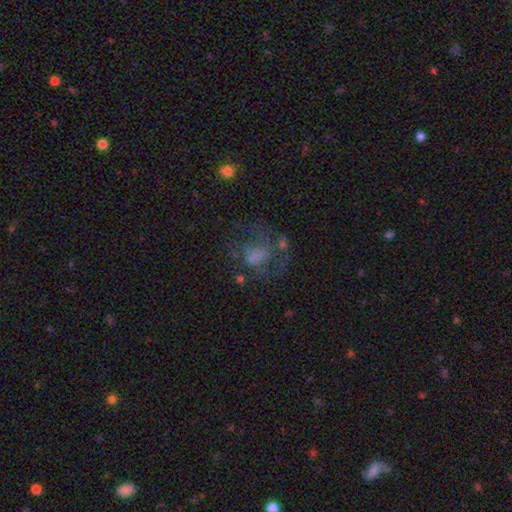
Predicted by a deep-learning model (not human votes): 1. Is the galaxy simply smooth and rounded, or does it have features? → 46% featured or disk, 35% smooth, 20% star or artifact.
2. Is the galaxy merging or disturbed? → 44% none, 32% major disturbance, 18% minor disturbance, 6% merger.